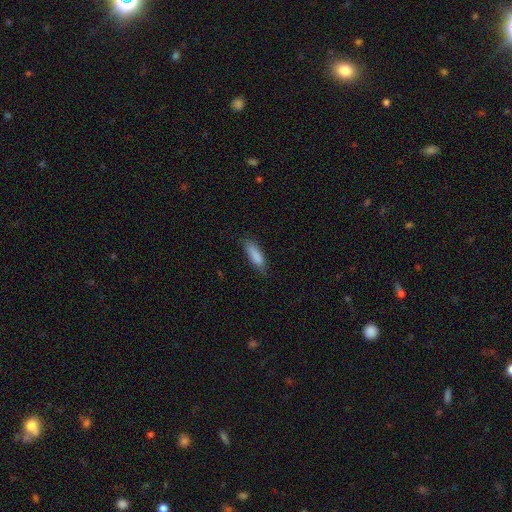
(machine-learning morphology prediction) Smooth or featured? Predicted: smooth (p=0.85). How rounded? Predicted: cigar-shaped (p=0.51). Merging? Predicted: none (p=0.73).